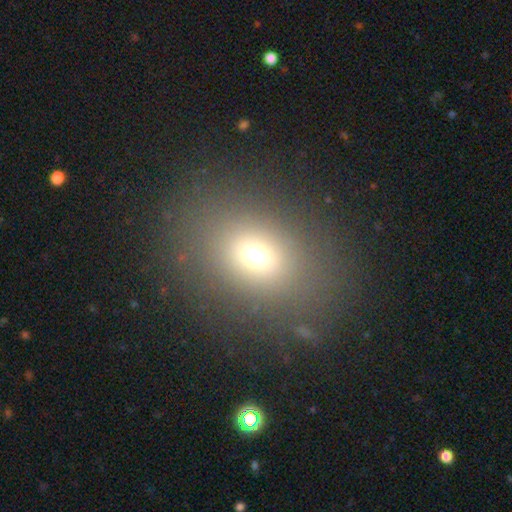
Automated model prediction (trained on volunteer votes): Smooth or featured?
  - smooth: 69% *
  - star or artifact: 20%
  - featured or disk: 11%
How rounded?
  - in between: 53% *
  - round: 45%
  - cigar-shaped: 2%
Merging?
  - none: 80% *
  - minor disturbance: 10%
  - major disturbance: 7%
  - merger: 3%